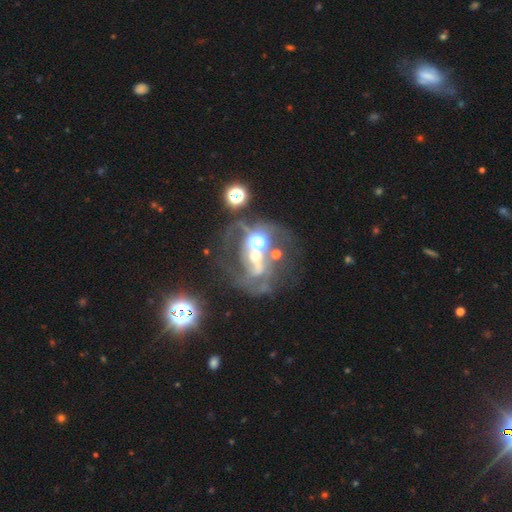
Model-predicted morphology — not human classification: This is likely a featured or disk galaxy (66%). It is clearly not viewed edge-on (96%). Bar: marginally no (44%). Spiral arm pattern: likely yes (64%). Central bulge: possibly moderate (51%). Merging: marginally none (33%).